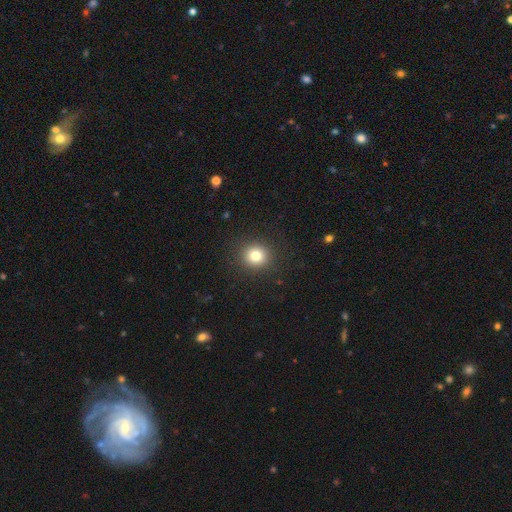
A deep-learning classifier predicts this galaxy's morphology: smooth 80%, star or artifact 13%, featured or disk 7%. Down the decision tree: how rounded — round (89%); merging — none (90%).